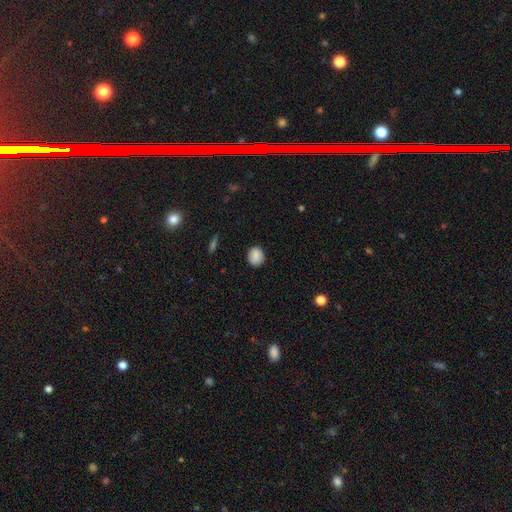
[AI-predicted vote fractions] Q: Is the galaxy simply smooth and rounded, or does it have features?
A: smooth — 86%.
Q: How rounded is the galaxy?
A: round — 70%.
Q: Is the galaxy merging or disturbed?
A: none — 85%.